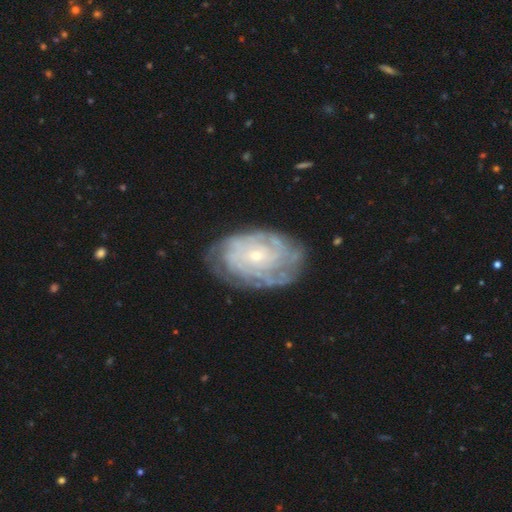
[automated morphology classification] This is clearly a featured or disk galaxy (82%). It is clearly not viewed edge-on (96%). Bar: clearly no (81%). Spiral arm pattern: clearly yes (91%). Spiral arm count: possibly can't tell (48%). Spiral winding: likely tight (77%). Central bulge: likely small (79%). Merging: likely none (74%).